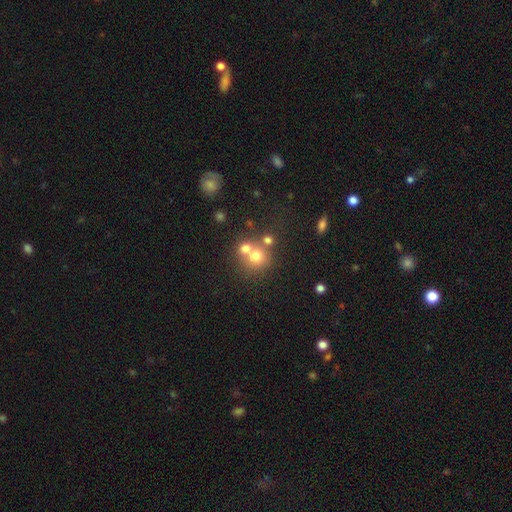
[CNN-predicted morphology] Overall: smooth (69%). How rounded: round (85%). Merging: merger (46%; none 43%).